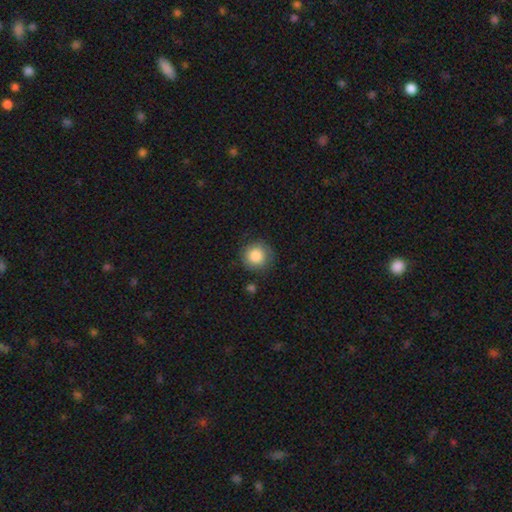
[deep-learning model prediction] smooth-or-featured: smooth: 86% | star or artifact: 8% | featured or disk: 6%
  how-rounded: round: 93% | in between: 7% | cigar-shaped: 1%
  merging: none: 83% | minor disturbance: 12% | major disturbance: 3% | merger: 2%